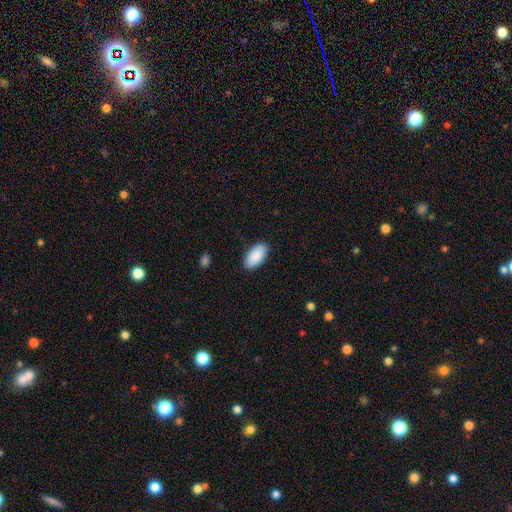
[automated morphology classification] This appears to be a smooth galaxy with no disk features (90%) that is in between round and cigar-shaped (95%). Merging: none (88%).